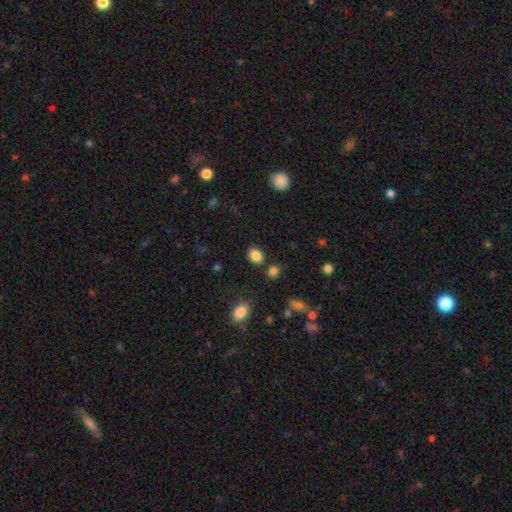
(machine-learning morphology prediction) The model was most divided on "how rounded": in between: 62%, round: 37%, cigar-shaped: 1%. More confident: smooth or featured — smooth (85%); merging — none (79%).